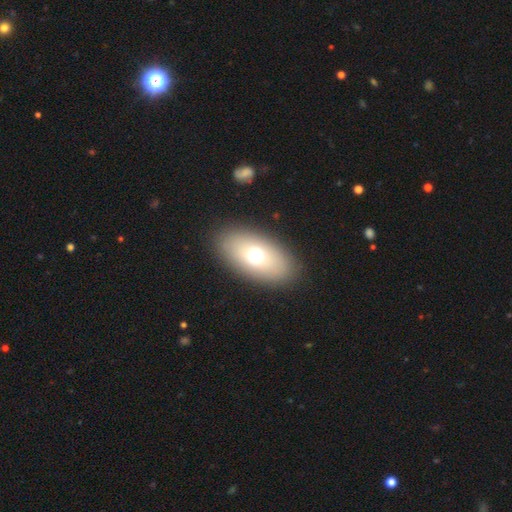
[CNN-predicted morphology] smooth 66%, featured or disk 22%, star or artifact 12%. Down the decision tree: how rounded — in between (86%); merging — none (87%).